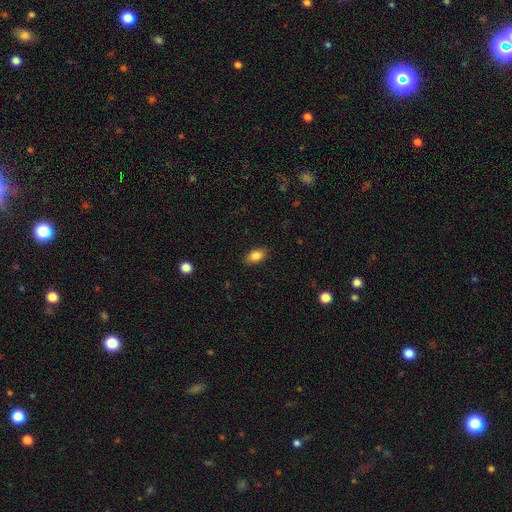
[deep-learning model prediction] smooth 85%, star or artifact 8%, featured or disk 7%. Down the decision tree: how rounded — in between (90%); merging — none (87%).